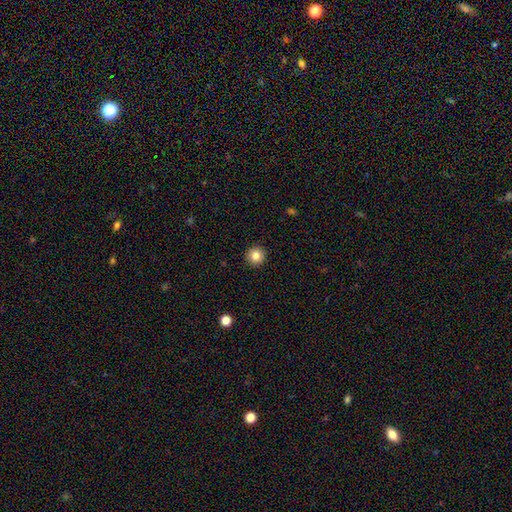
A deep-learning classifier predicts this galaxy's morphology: This is clearly a smooth galaxy (84%). How rounded: clearly round (96%). Merging: clearly none (93%).